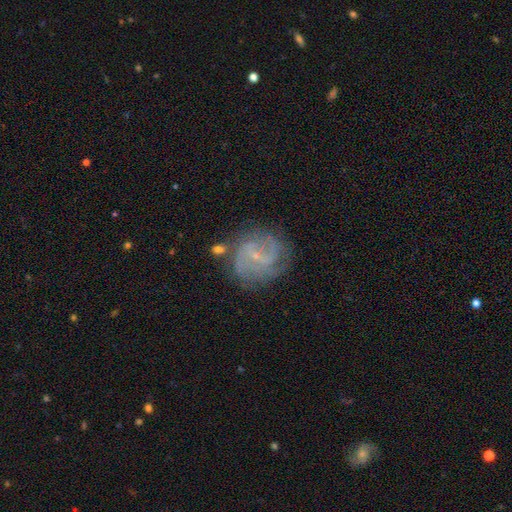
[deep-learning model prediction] A featured or disk galaxy (79%) with a weak bar (48%), 2 (42%) medium (46%) spiral arms (94%) and a small central bulge (80%).

Vote fractions:
- Smooth or featured? featured or disk: 79% / smooth: 11% / star or artifact: 10%
- Edge-on disk? no: 98% / yes: 2%
- Bar? weak: 48% / no: 40% / strong: 12%
- Spiral arms? yes: 94% / no: 6%
- Spiral winding? medium: 46% / tight: 35% / loose: 20%
- Spiral arm count? 2: 42% / can't tell: 22% / 3: 19% / 4: 7% / 1: 5% / more than 4: 5%
- Bulge size? small: 80% / moderate: 13% / none: 6% / large: 1% / dominant: 1%
- Merging? none: 76% / minor disturbance: 15% / major disturbance: 6% / merger: 3%